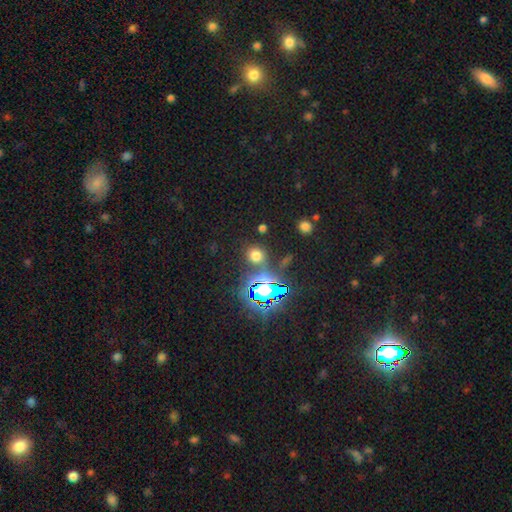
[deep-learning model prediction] smooth_or_featured: smooth (p=0.59) [alt: star or artifact p=0.34]
how_rounded: round (p=0.84) [alt: in between p=0.14]
merging: none (p=0.77) [alt: minor disturbance p=0.09]